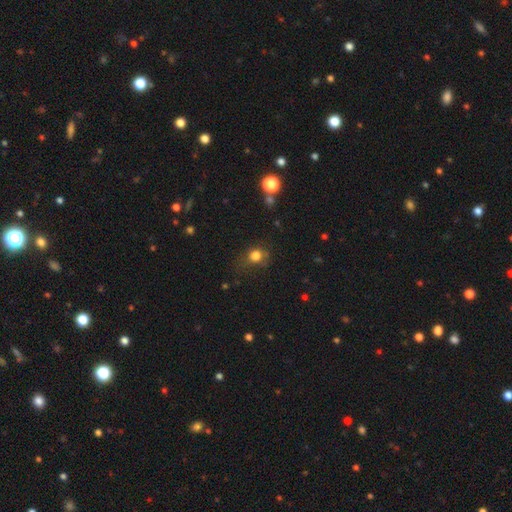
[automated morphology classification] Smooth or featured: smooth — 78% (star or artifact — 13%)
How rounded: round — 67% (in between — 31%)
Merging: none — 56% (minor disturbance — 24%)